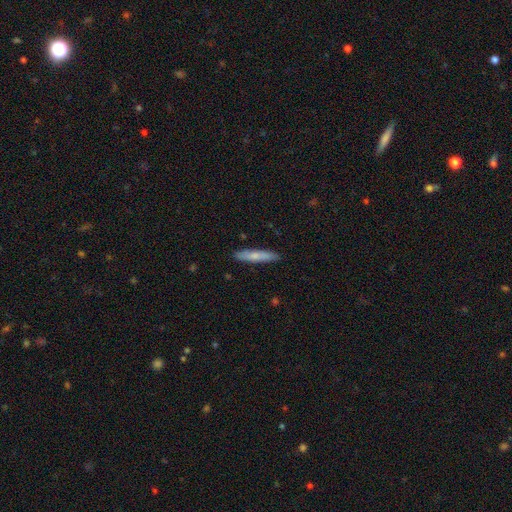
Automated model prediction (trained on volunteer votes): This appears to be a smooth galaxy with no disk features (72%) that is cigar-shaped (90%). Merging: none (89%).